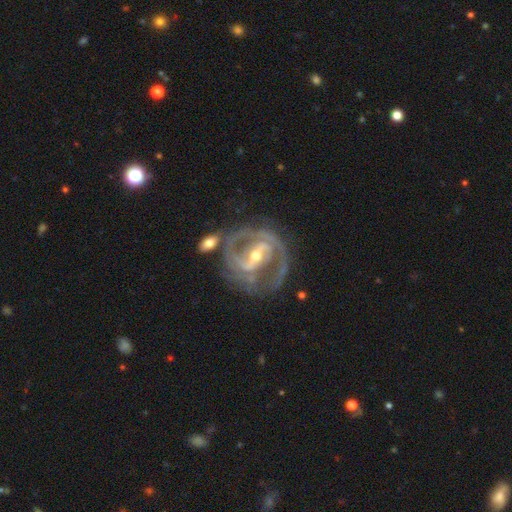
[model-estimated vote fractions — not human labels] Smooth or featured? Predicted: featured or disk (p=0.86). Edge-on disk? Predicted: no (p=0.93). Bar? Predicted: strong (p=0.66). Spiral arms? Predicted: yes (p=0.82). Spiral winding? Predicted: tight (p=0.46). Spiral arm count? Predicted: 2 (p=0.62). Bulge size? Predicted: small (p=0.58). Merging? Predicted: none (p=0.62).